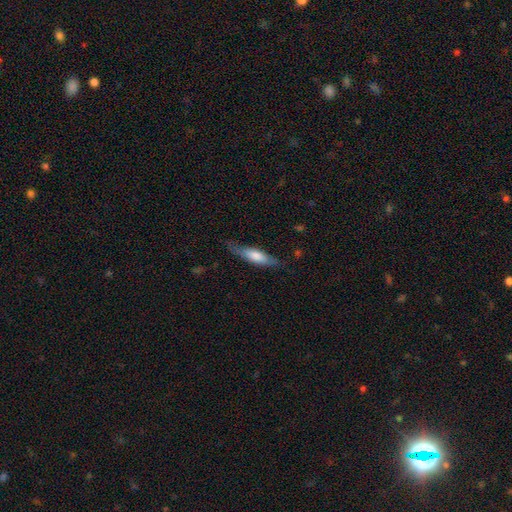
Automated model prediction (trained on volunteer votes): This is likely a smooth galaxy (63%). How rounded: possibly cigar-shaped (58%). Merging: likely none (65%).